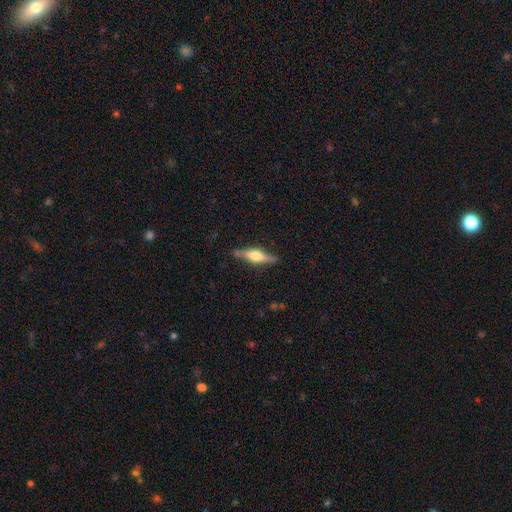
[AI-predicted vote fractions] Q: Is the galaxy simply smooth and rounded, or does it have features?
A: featured or disk — 60%.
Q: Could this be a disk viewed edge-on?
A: yes — 95%.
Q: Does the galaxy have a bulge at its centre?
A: rounded — 85%.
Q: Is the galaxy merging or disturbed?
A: none — 83%.